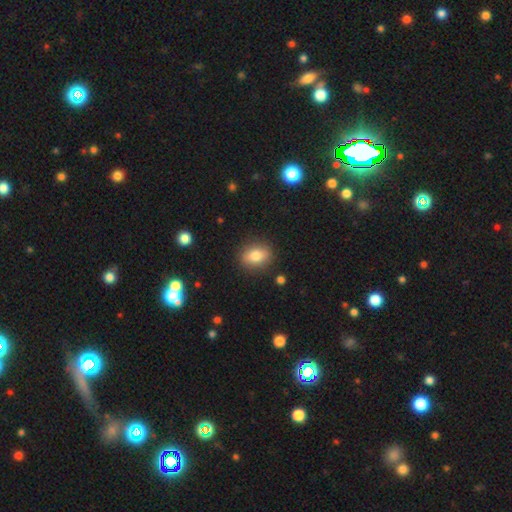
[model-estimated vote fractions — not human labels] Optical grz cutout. It shows a smooth galaxy with no disk features (79%) that is in between round and cigar-shaped (58%). Merging: none (87%).